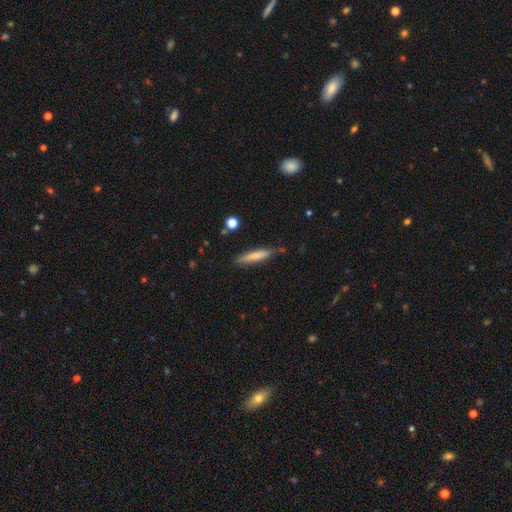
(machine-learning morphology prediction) This is likely a smooth galaxy (72%). How rounded: clearly cigar-shaped (90%). Merging: clearly none (81%).